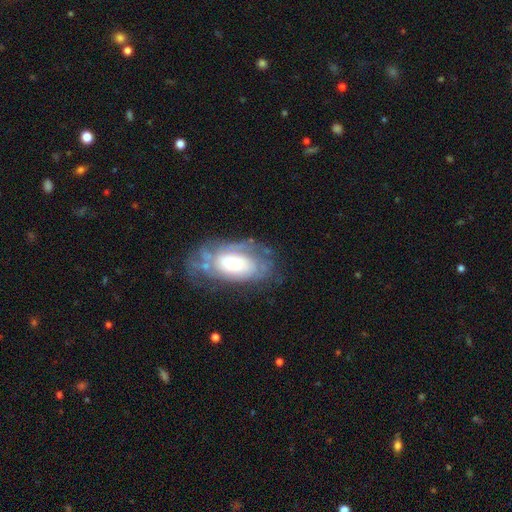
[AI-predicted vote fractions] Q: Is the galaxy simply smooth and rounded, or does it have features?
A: featured or disk — 61%.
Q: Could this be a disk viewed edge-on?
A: no — 91%.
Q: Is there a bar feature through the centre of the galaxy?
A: no — 73%.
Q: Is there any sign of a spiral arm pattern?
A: yes — 64%.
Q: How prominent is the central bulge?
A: large — 51%.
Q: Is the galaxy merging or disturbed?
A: none — 62%.